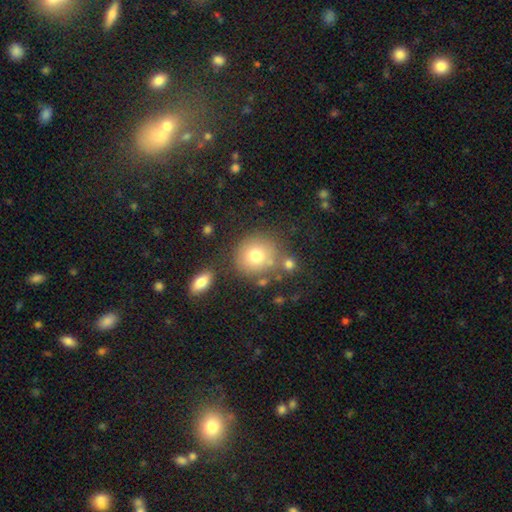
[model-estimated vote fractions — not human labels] A smooth galaxy with no disk features (75%) that is round (87%).

Vote fractions:
- Smooth or featured? smooth: 75% / featured or disk: 14% / star or artifact: 11%
- How rounded? round: 87% / in between: 12% / cigar-shaped: 1%
- Merging? none: 71% / minor disturbance: 13% / merger: 11% / major disturbance: 5%